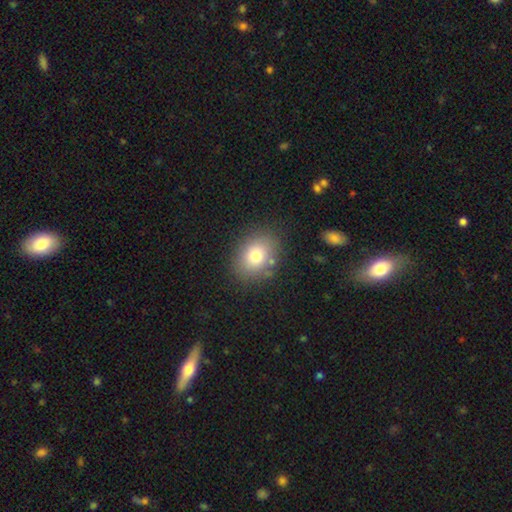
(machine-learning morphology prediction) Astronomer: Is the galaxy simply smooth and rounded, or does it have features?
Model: smooth — 76%.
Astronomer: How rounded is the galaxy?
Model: in between — 55% (runner-up: round, 44%).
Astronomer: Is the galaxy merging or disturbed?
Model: none — 81%.